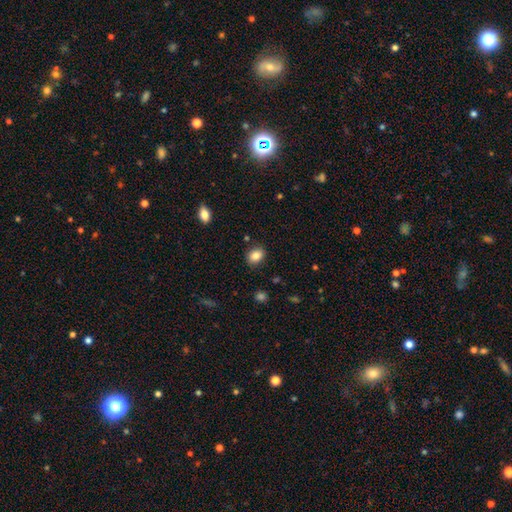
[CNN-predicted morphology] smooth-or-featured: smooth: 85% | star or artifact: 9% | featured or disk: 6%
  how-rounded: in between: 58% | round: 41% | cigar-shaped: 1%
  merging: none: 86% | minor disturbance: 10% | major disturbance: 3% | merger: 2%